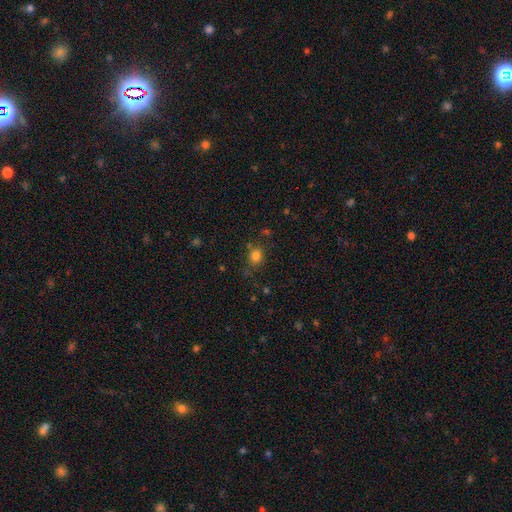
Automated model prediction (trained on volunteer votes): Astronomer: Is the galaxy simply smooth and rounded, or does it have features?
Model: smooth — 80%.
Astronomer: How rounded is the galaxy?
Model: round — 63%.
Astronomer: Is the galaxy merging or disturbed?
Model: none — 76%.